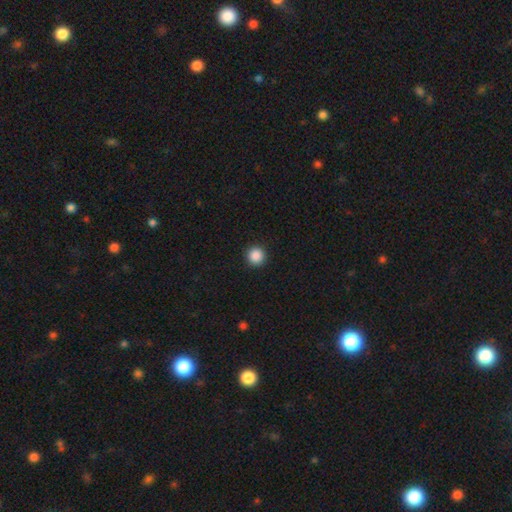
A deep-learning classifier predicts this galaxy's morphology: type=smooth (88%); roundness=round (96%); merging=none (93%).